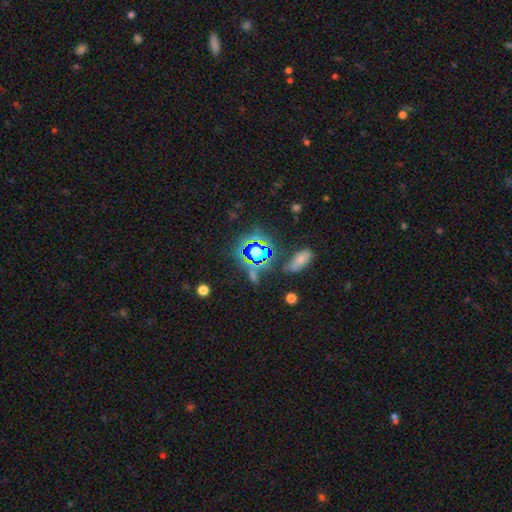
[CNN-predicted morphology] smooth_or_featured: star or artifact (p=0.69) [alt: smooth p=0.20]